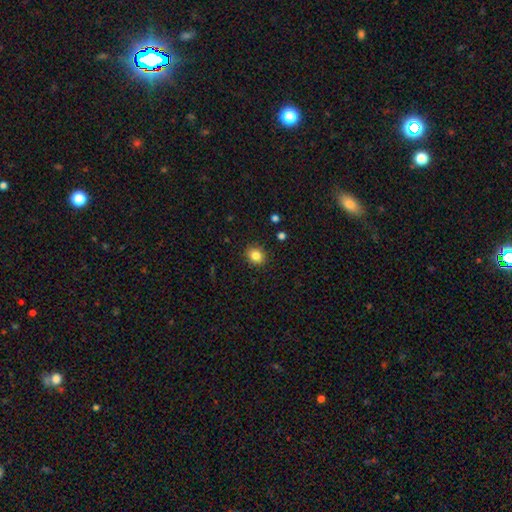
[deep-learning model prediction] Smooth or featured? Predicted: smooth (p=0.84). How rounded? Predicted: round (p=0.73). Merging? Predicted: none (p=0.90).